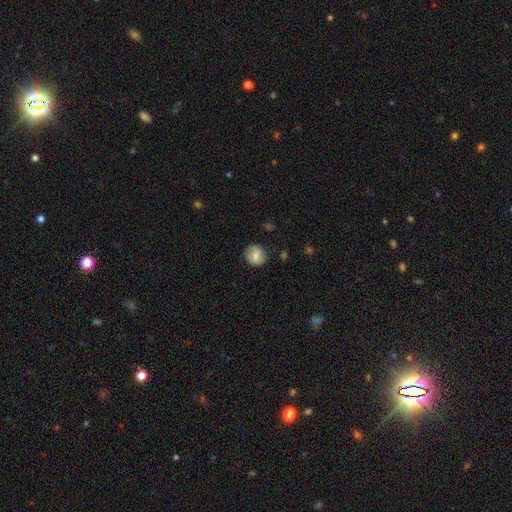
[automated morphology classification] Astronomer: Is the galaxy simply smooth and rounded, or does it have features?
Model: smooth — 63%.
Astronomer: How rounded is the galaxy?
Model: round — 78%.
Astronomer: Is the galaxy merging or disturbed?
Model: none — 78%.